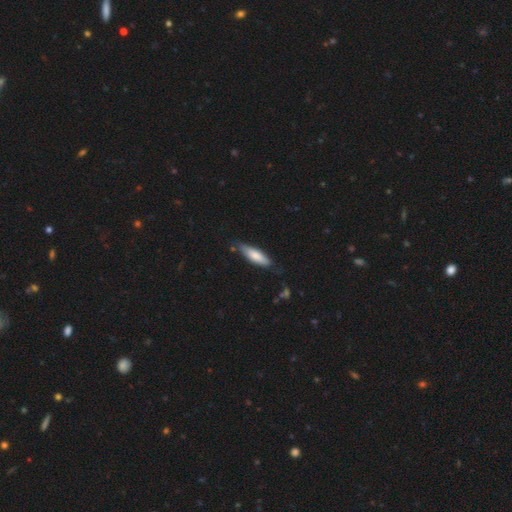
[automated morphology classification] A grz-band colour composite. It shows a smooth galaxy with no disk features (78%) that is cigar-shaped (54%). Merging: none (73%).